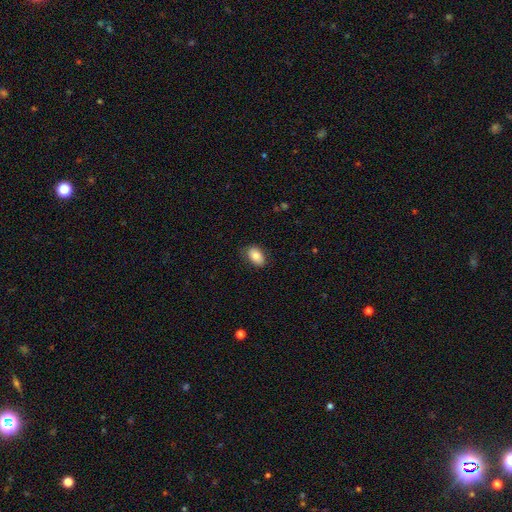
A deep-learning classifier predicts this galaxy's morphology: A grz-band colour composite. It shows a smooth galaxy with no disk features (83%) that is in between round and cigar-shaped (90%). Merging: none (81%).